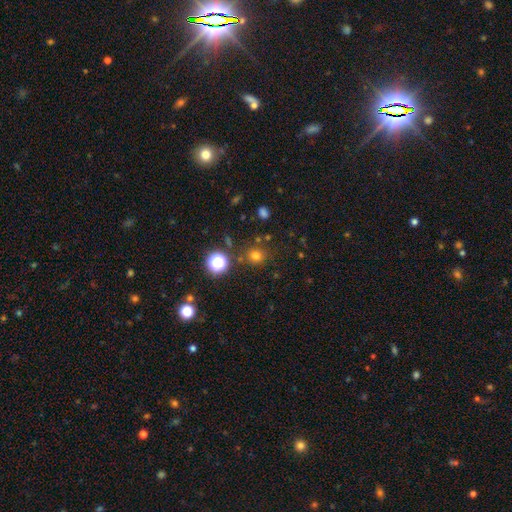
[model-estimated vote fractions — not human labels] Smooth or featured? Predicted: smooth (p=0.71). How rounded? Predicted: round (p=0.88). Merging? Predicted: none (p=0.81).